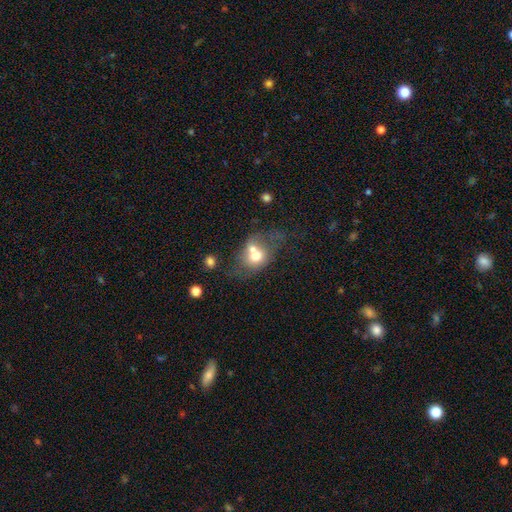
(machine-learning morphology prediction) This is likely a smooth galaxy (62%). How rounded: possibly in between (50%). Merging: possibly merger (57%).